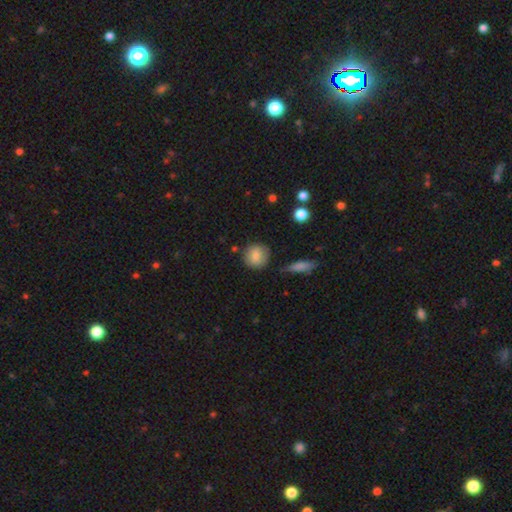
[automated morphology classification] A smooth galaxy with no disk features (79%) that is round (84%).

Vote fractions:
- Smooth or featured? smooth: 79% / featured or disk: 14% / star or artifact: 8%
- How rounded? round: 84% / in between: 15% / cigar-shaped: 2%
- Merging? none: 77% / minor disturbance: 15% / major disturbance: 4% / merger: 3%